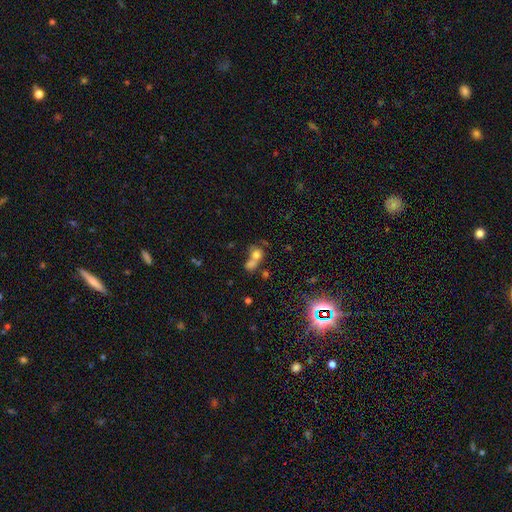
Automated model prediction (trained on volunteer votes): Q: Smooth or featured?
A: smooth (57%); runner-up: star or artifact (25%)
Q: How rounded?
A: round (60%); runner-up: in between (36%)
Q: Merging?
A: merger (58%); runner-up: none (27%)